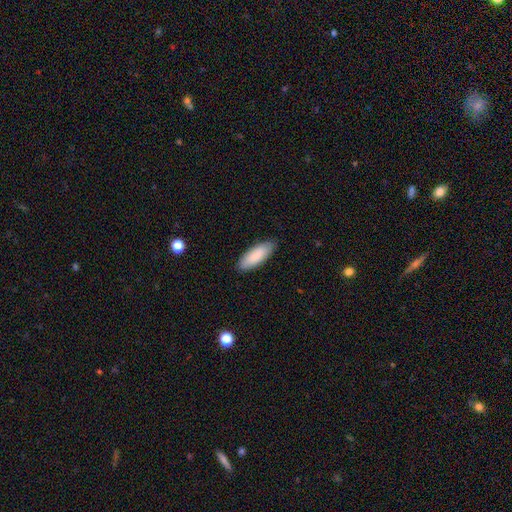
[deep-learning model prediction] Smooth or featured? Predicted: smooth (p=0.87). How rounded? Predicted: in between (p=0.71). Merging? Predicted: none (p=0.86).